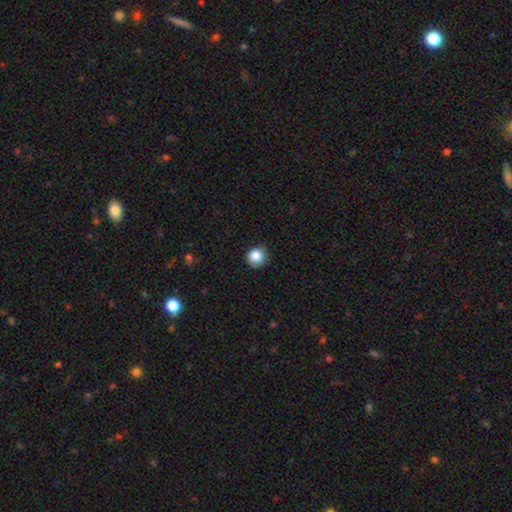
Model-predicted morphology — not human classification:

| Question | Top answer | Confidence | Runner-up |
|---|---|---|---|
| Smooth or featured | smooth | 85% | star or artifact (10%) |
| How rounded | round | 91% | in between (8%) |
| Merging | none | 70% | minor disturbance (25%) |